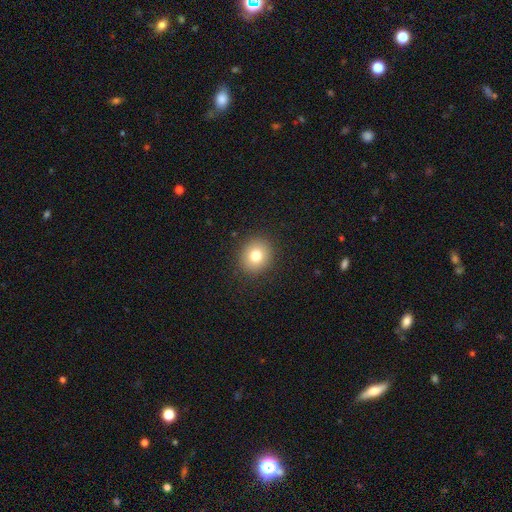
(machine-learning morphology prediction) smooth 78%, star or artifact 11%, featured or disk 10%. Down the decision tree: how rounded — round (78%); merging — none (90%).